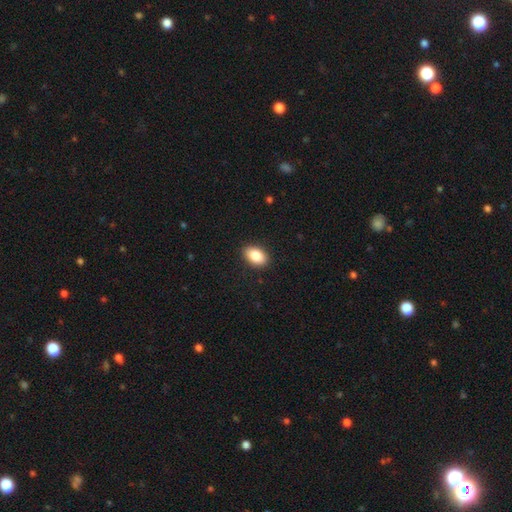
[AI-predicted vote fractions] Q: Smooth or featured?
A: smooth (86%); runner-up: star or artifact (7%)
Q: How rounded?
A: in between (88%); runner-up: round (10%)
Q: Merging?
A: none (89%); runner-up: minor disturbance (8%)